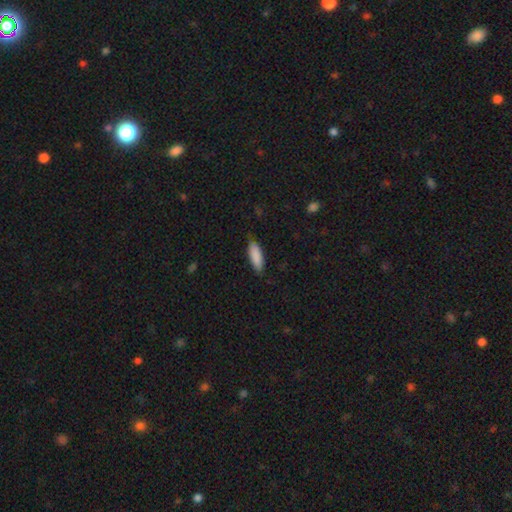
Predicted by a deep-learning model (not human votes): Smooth or featured? smooth (88%)
How rounded? in between (60%)
Merging? none (81%)